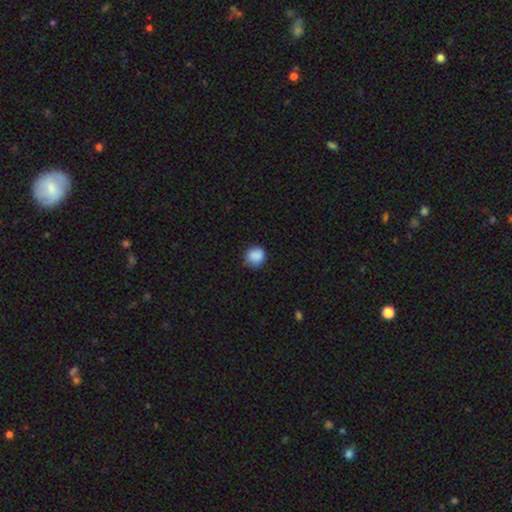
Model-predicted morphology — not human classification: type=smooth (87%); roundness=round (85%); merging=none (75%).